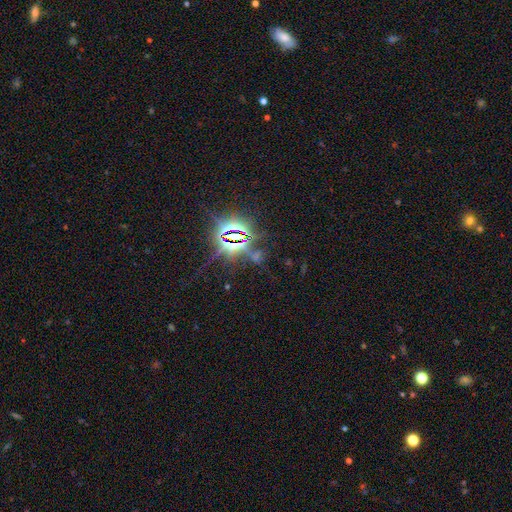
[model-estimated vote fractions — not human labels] Smooth or featured: star or artifact — 83% (smooth — 9%)